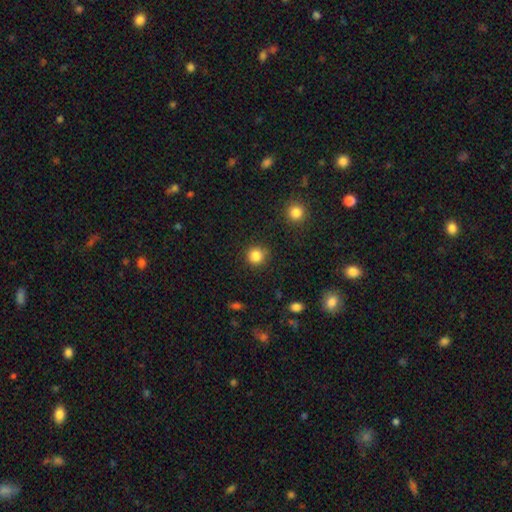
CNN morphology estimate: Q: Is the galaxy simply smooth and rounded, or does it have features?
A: smooth — 85%.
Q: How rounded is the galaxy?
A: round — 93%.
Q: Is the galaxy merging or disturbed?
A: none — 88%.